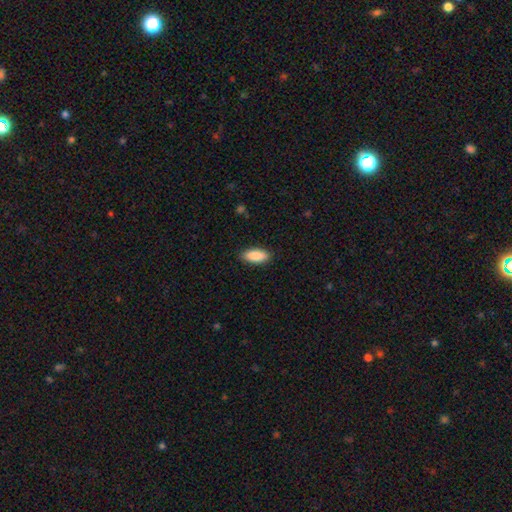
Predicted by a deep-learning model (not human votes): Smooth or featured?
  - smooth: 89% *
  - star or artifact: 6%
  - featured or disk: 5%
How rounded?
  - in between: 84% *
  - cigar-shaped: 14%
  - round: 2%
Merging?
  - none: 89% *
  - minor disturbance: 8%
  - major disturbance: 2%
  - merger: 1%